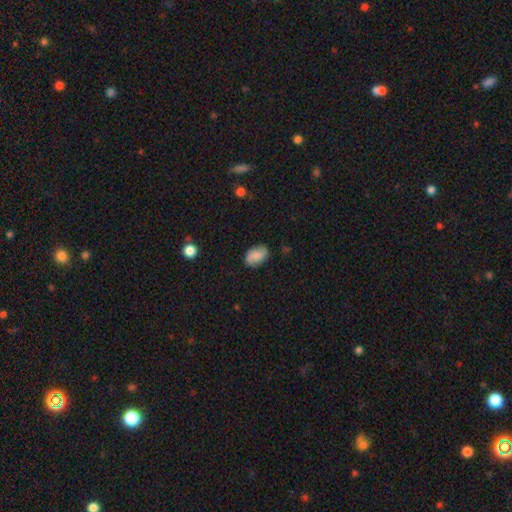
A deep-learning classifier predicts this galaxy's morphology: A smooth galaxy with no disk features (74%) that is in between round and cigar-shaped (88%). Merging: none (78%).